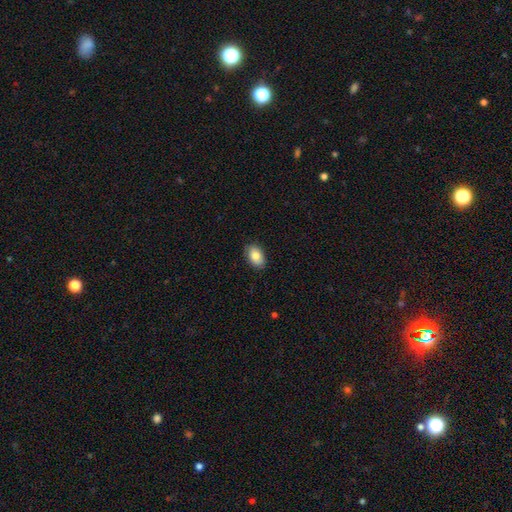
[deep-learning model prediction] Smooth or featured? Predicted: smooth (p=0.83). How rounded? Predicted: in between (p=0.91). Merging? Predicted: none (p=0.86).